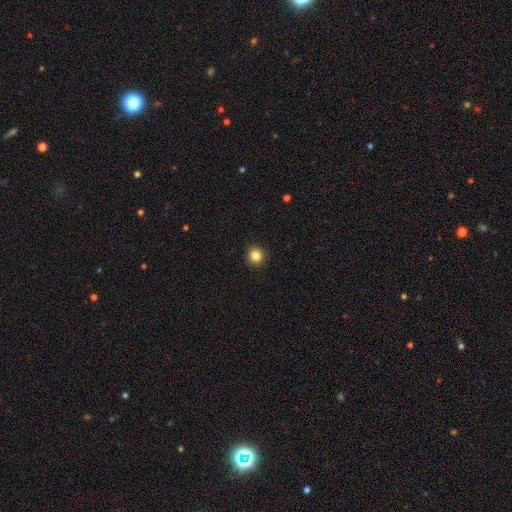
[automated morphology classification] smooth_or_featured: smooth (p=0.84) [alt: star or artifact p=0.11]
how_rounded: round (p=0.94) [alt: in between p=0.05]
merging: none (p=0.93) [alt: minor disturbance p=0.05]